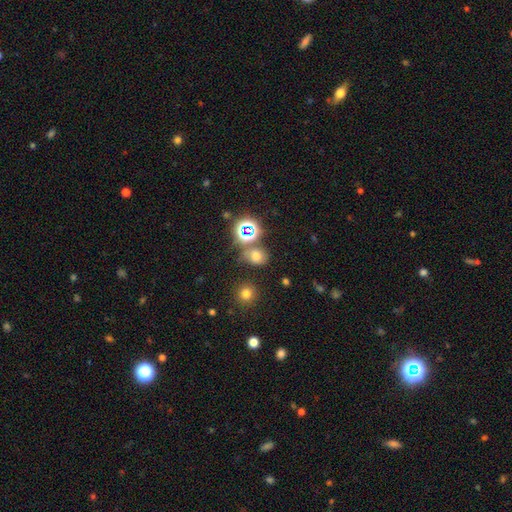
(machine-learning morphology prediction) smooth_or_featured: smooth (p=0.59) [alt: star or artifact p=0.33]
how_rounded: round (p=0.54) [alt: in between p=0.45]
merging: none (p=0.70) [alt: minor disturbance p=0.13]